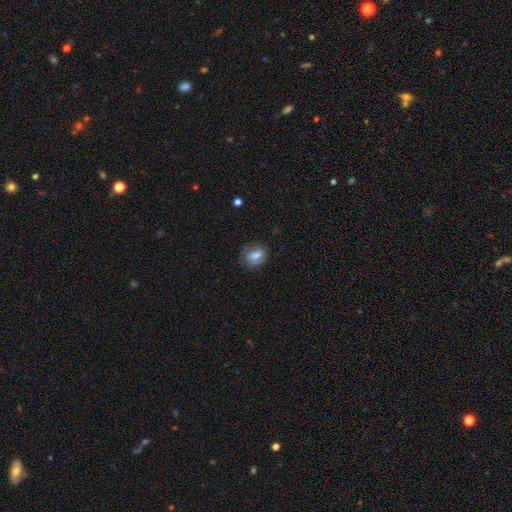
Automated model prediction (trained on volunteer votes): smooth_or_featured: smooth (p=0.69) [alt: featured or disk p=0.22]
how_rounded: in between (p=0.56) [alt: round p=0.42]
merging: none (p=0.70) [alt: minor disturbance p=0.21]